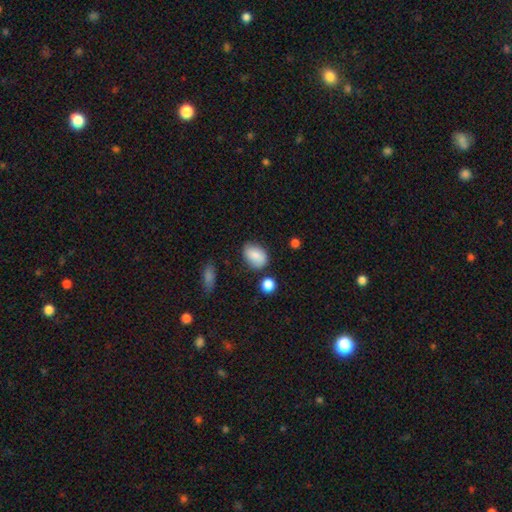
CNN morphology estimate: smooth 83%, featured or disk 9%, star or artifact 8%. Down the decision tree: how rounded — in between (81%); merging — none (69%).